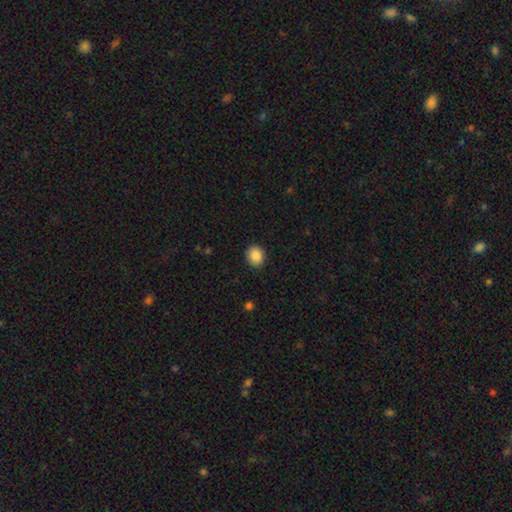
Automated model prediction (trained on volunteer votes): A smooth galaxy with no disk features (88%) that is round (64%).

Vote fractions:
- Smooth or featured? smooth: 88% / star or artifact: 9% / featured or disk: 4%
- How rounded? round: 64% / in between: 35% / cigar-shaped: 1%
- Merging? none: 89% / minor disturbance: 8% / major disturbance: 2% / merger: 1%